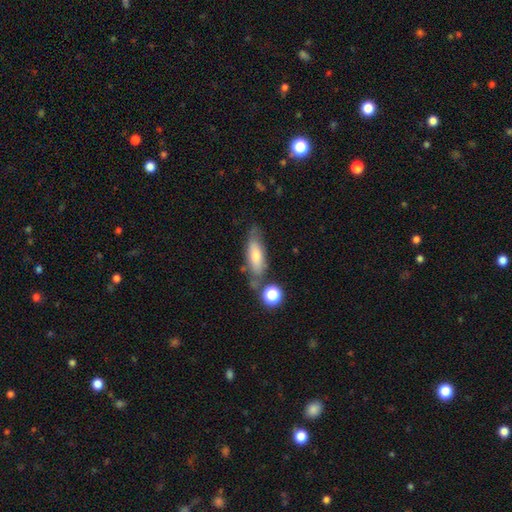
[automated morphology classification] Smooth or featured? Predicted: smooth (p=0.61). How rounded? Predicted: in between (p=0.58). Merging? Predicted: none (p=0.60).